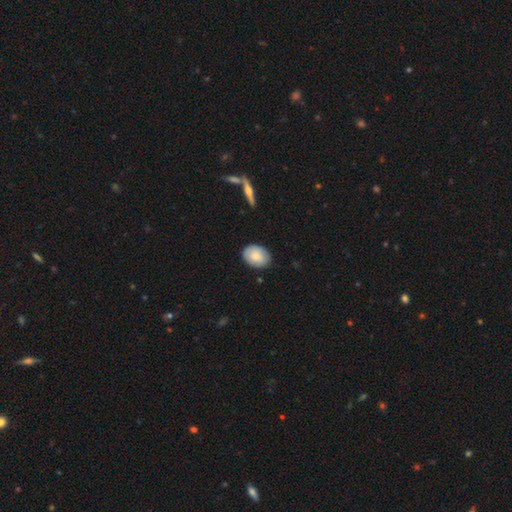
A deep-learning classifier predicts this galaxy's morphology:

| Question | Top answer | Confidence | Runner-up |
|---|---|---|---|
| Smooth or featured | smooth | 77% | featured or disk (16%) |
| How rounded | in between | 74% | round (24%) |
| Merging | none | 83% | minor disturbance (13%) |